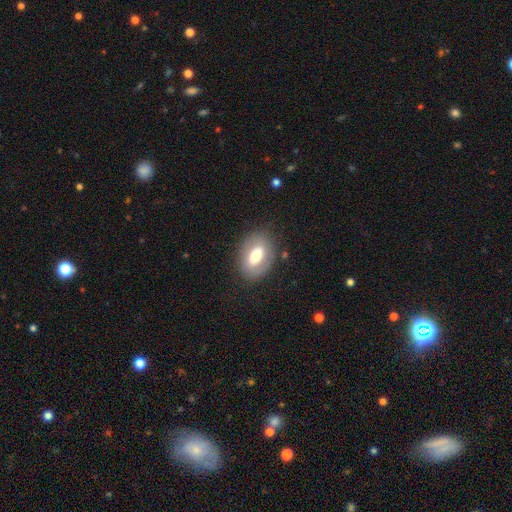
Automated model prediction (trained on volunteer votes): Overall: smooth (51%; featured or disk 42%). How rounded: in between (86%). Merging: none (78%).